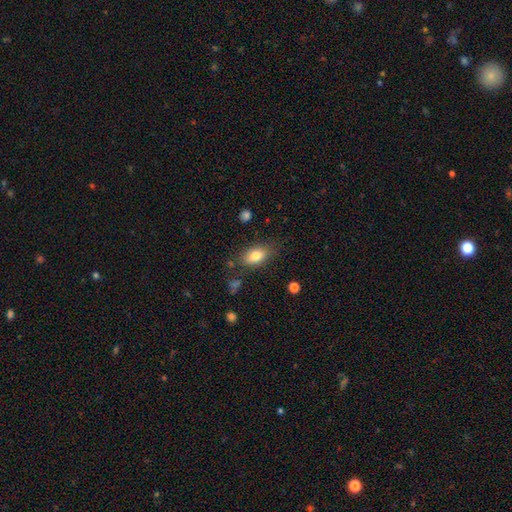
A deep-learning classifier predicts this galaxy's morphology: This is likely a smooth galaxy (79%). How rounded: clearly in between (87%). Merging: likely none (77%).